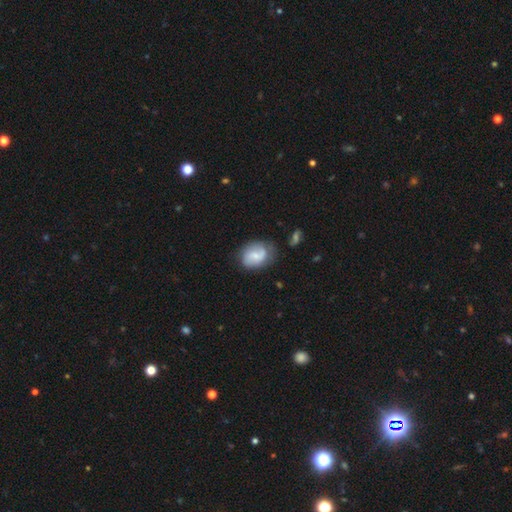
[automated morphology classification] type=smooth (46%, tied with featured or disk); merging=none (61%).